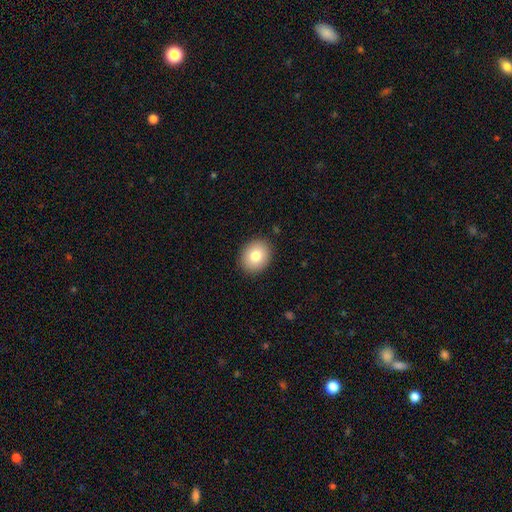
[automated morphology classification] Smooth or featured? smooth (80%)
How rounded? round (63%)
Merging? none (90%)